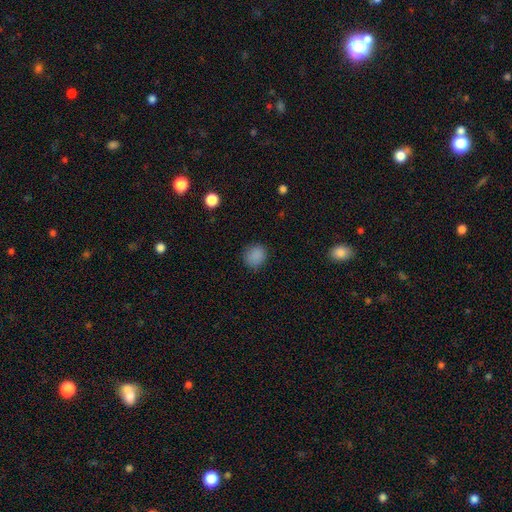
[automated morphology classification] Smooth or featured: smooth — 86% (star or artifact — 11%)
How rounded: round — 84% (in between — 15%)
Merging: none — 85% (minor disturbance — 11%)